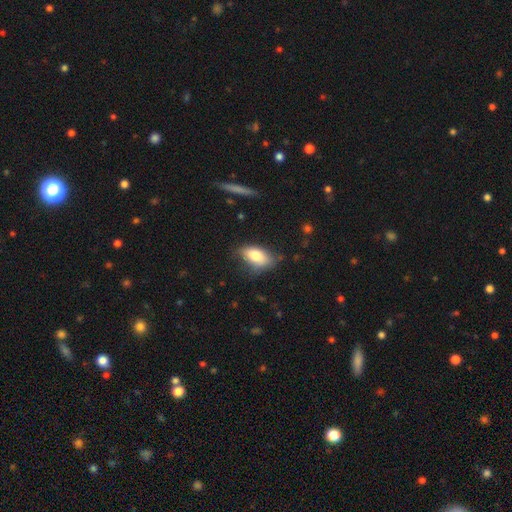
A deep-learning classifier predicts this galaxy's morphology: A smooth galaxy with no disk features (79%) that is in between round and cigar-shaped (90%).

Vote fractions:
- Smooth or featured? smooth: 79% / featured or disk: 13% / star or artifact: 8%
- How rounded? in between: 90% / round: 5% / cigar-shaped: 5%
- Merging? none: 67% / minor disturbance: 25% / major disturbance: 6% / merger: 2%